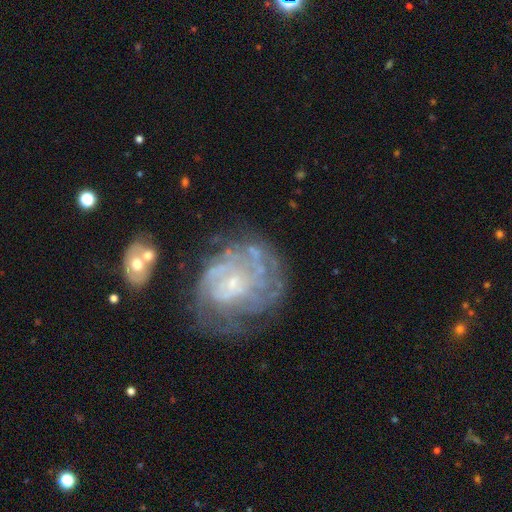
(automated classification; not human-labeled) This appears to be a featured or disk galaxy (72%) with no bar (71%), spiral arms (63%) and a small central bulge (63%). Merging: none (45%).